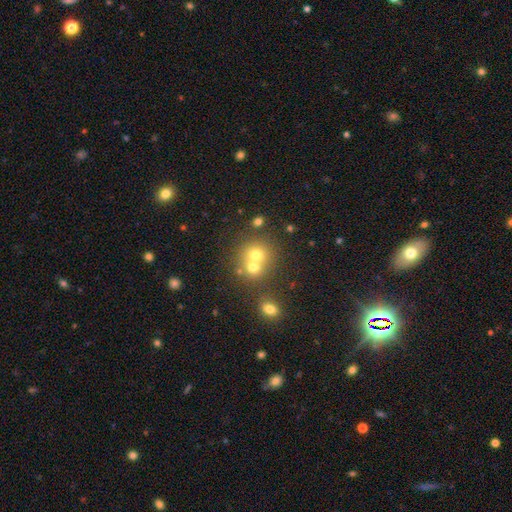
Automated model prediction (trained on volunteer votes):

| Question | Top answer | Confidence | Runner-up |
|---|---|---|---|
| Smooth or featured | smooth | 66% | featured or disk (18%) |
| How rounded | round | 81% | in between (18%) |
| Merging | merger | 52% | none (38%) |